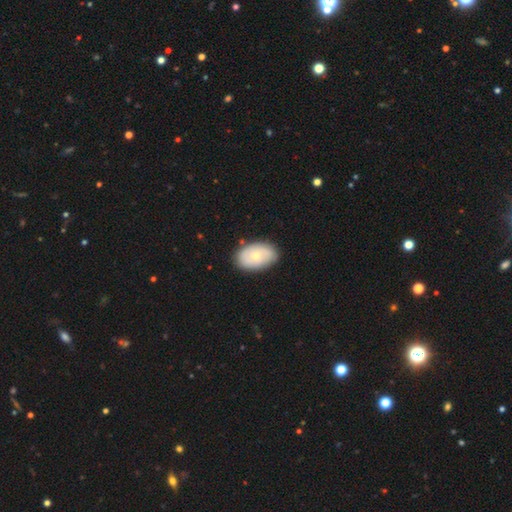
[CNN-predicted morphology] Smooth or featured? Predicted: smooth (p=0.57). How rounded? Predicted: in between (p=0.90). Merging? Predicted: none (p=0.81).